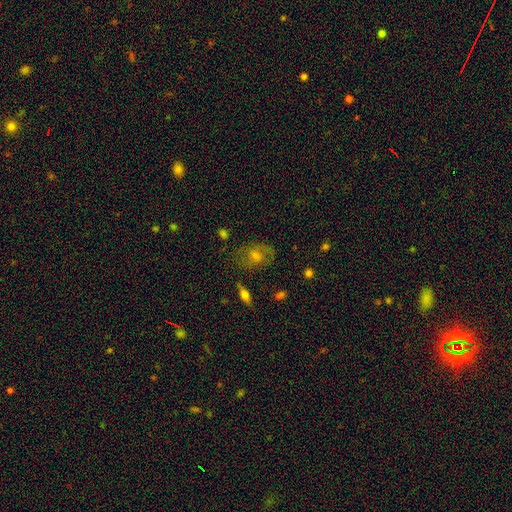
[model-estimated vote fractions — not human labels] The model was most divided on "smooth or featured" (2-way tie): featured or disk: 41%, smooth: 41%, star or artifact: 19%. More confident: merging — none (66%).